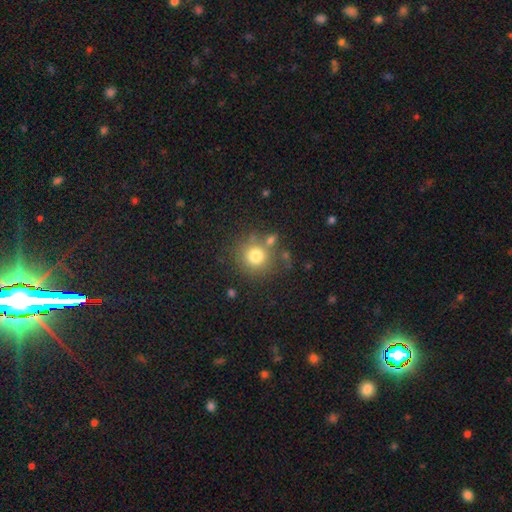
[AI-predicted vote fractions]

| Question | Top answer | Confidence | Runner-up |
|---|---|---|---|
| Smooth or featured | smooth | 78% | star or artifact (12%) |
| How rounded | round | 91% | in between (8%) |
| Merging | none | 73% | minor disturbance (11%) |